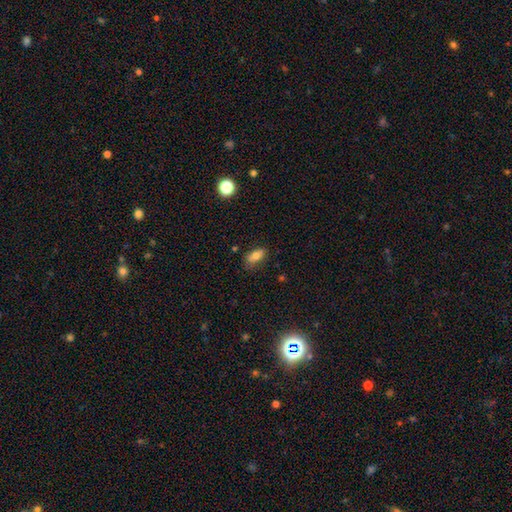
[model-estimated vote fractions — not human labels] A smooth galaxy with no disk features (76%) that is in between round and cigar-shaped (86%).

Vote fractions:
- Smooth or featured? smooth: 76% / featured or disk: 13% / star or artifact: 11%
- How rounded? in between: 86% / cigar-shaped: 8% / round: 6%
- Merging? none: 67% / minor disturbance: 24% / major disturbance: 6% / merger: 3%